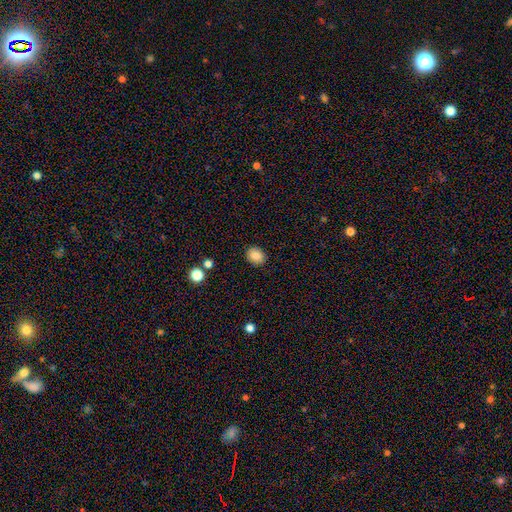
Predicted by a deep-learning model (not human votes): Overall: smooth (84%). How rounded: in between (50%; round 49%). Merging: none (88%).